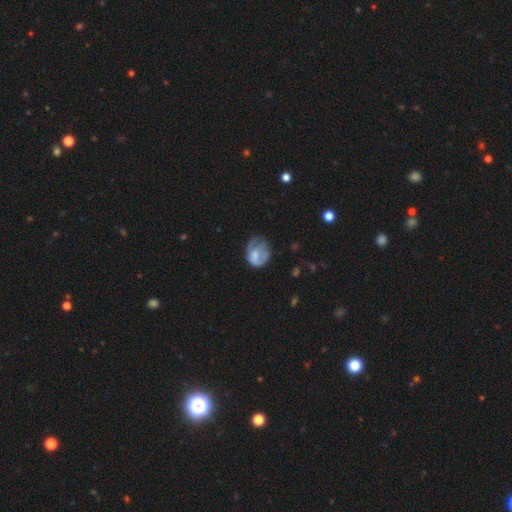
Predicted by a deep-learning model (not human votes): The model was most divided on "merging": minor disturbance: 34%, none: 33%, major disturbance: 31%, merger: 2%. More confident: smooth or featured — smooth (59%); how rounded — round (53%).